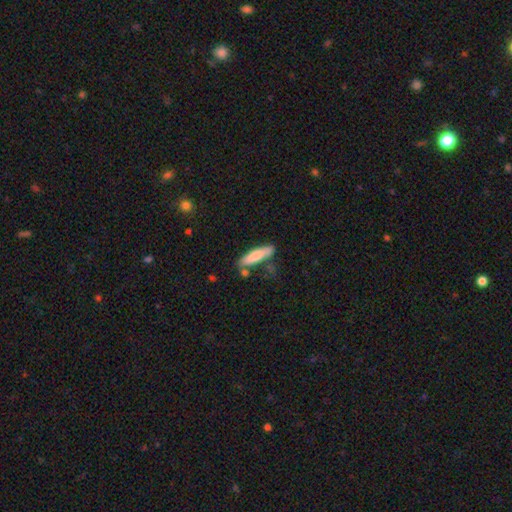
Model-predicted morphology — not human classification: Smooth or featured: smooth — 75% (featured or disk — 19%)
How rounded: cigar-shaped — 76% (in between — 23%)
Merging: none — 69% (minor disturbance — 18%)